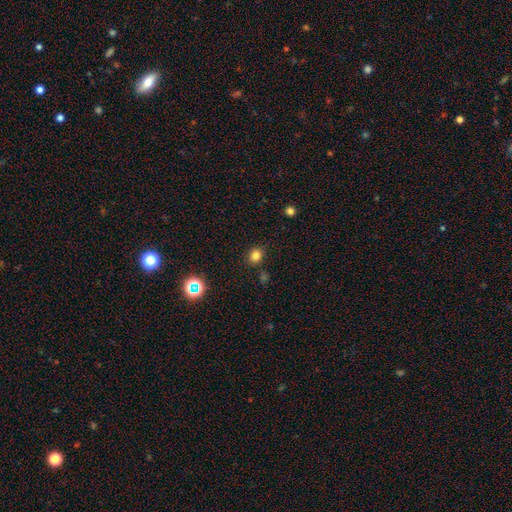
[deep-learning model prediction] A smooth galaxy with no disk features (79%) that is round (71%). Merging: none (86%).